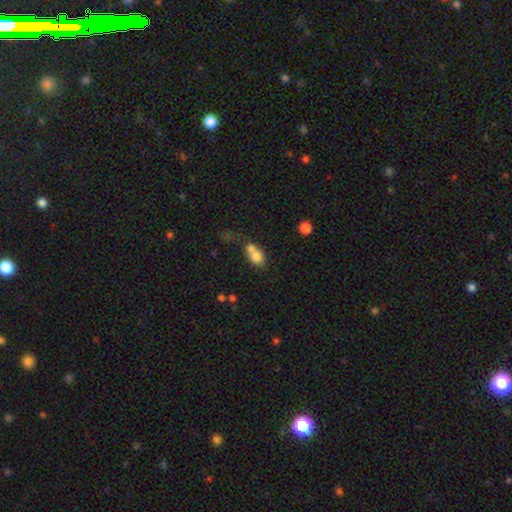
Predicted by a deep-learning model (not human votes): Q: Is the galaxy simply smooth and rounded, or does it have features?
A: smooth — 74%.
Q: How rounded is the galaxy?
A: in between — 59%.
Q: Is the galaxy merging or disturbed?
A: merger — 59%.